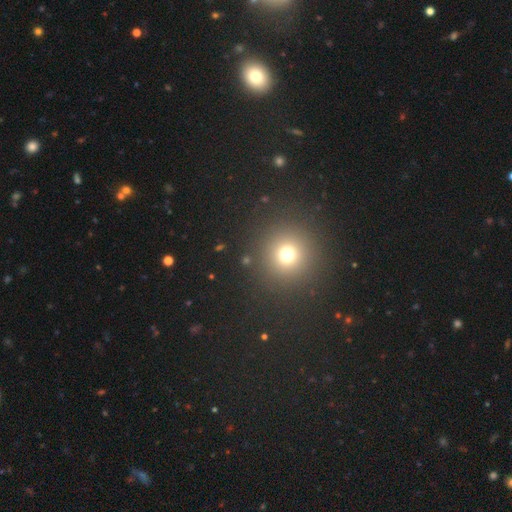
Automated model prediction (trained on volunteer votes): The model was most divided on "smooth or featured": smooth: 60%, star or artifact: 34%, featured or disk: 6%. More confident: how rounded — round (92%); merging — none (91%).